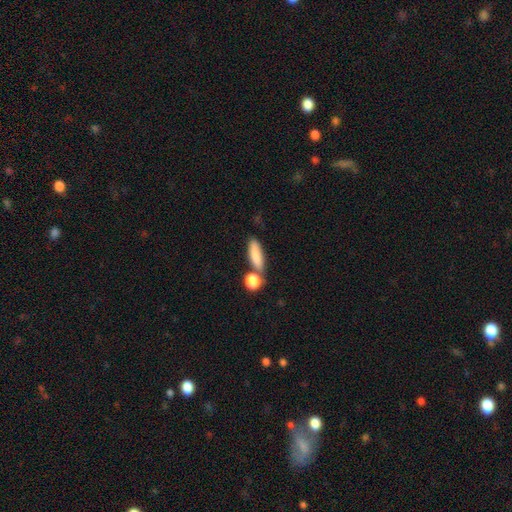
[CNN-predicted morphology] type=smooth (83%); roundness=in between (52%); merging=none (59%).